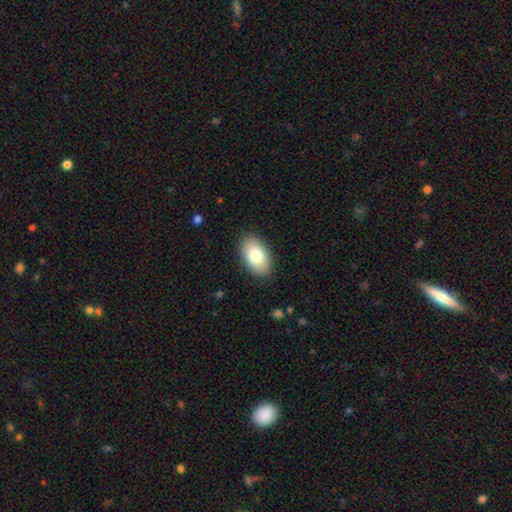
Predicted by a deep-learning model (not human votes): A smooth galaxy with no disk features (80%) that is in between round and cigar-shaped (94%). Merging: none (88%).